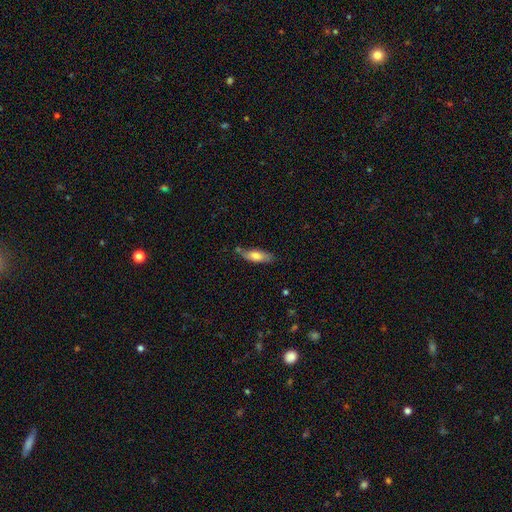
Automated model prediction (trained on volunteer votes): This is likely a smooth galaxy (70%). How rounded: likely in between (61%). Merging: likely none (66%).